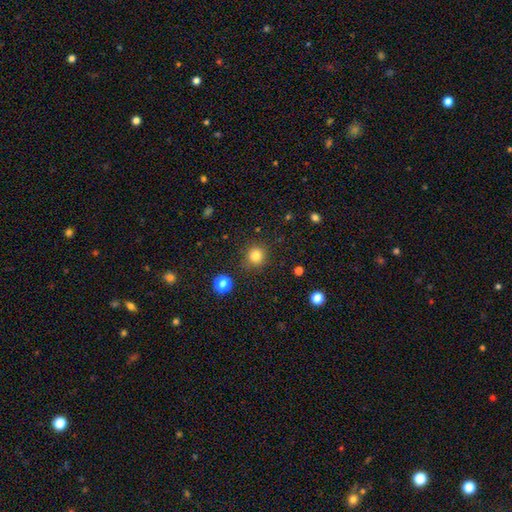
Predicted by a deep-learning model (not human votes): Smooth or featured: smooth — 82% (star or artifact — 13%)
How rounded: round — 92% (in between — 7%)
Merging: none — 86% (minor disturbance — 8%)